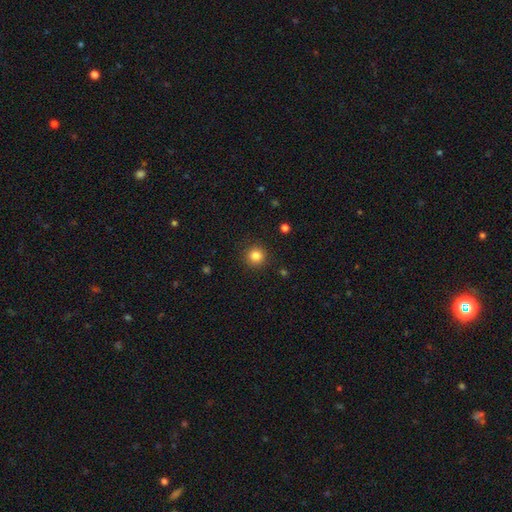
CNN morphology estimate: This is clearly a smooth galaxy (84%). How rounded: clearly round (95%). Merging: clearly none (91%).